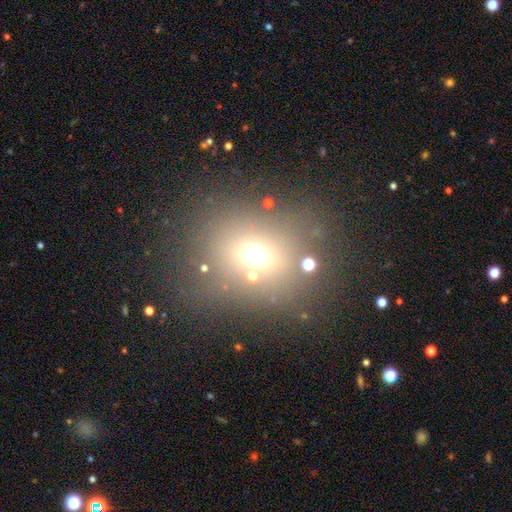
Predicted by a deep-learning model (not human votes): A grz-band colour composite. It shows a smooth galaxy with no disk features (63%) that is round (67%). Merging: none (75%).